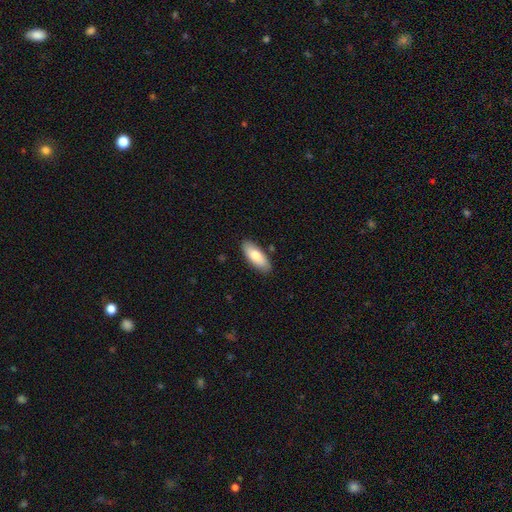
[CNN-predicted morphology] type=smooth (80%); roundness=in between (78%); merging=none (86%).